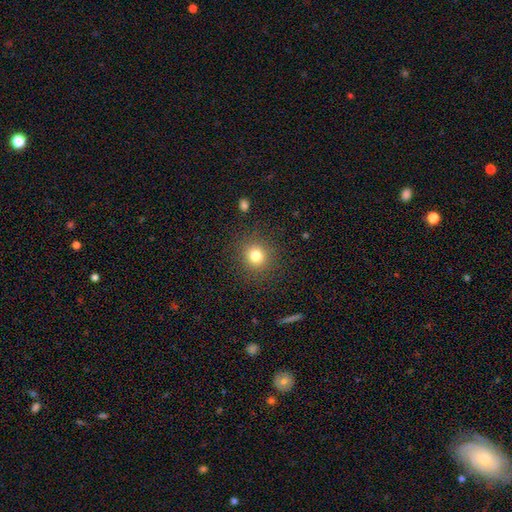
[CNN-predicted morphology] Smooth or featured: smooth — 79% (star or artifact — 14%)
How rounded: round — 90% (in between — 9%)
Merging: none — 88% (minor disturbance — 7%)